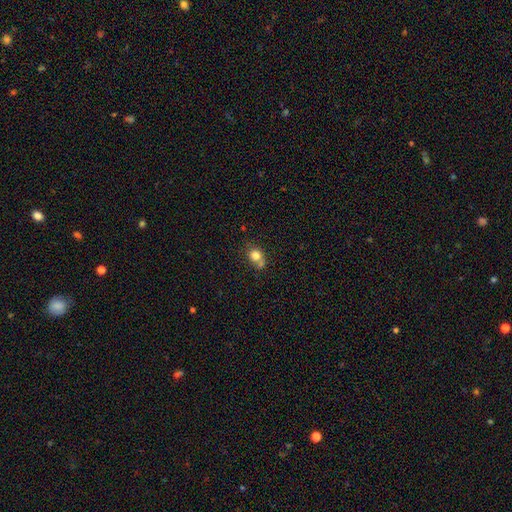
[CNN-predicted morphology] smooth-or-featured: smooth: 79% | star or artifact: 11% | featured or disk: 10%
  how-rounded: round: 69% | in between: 30% | cigar-shaped: 1%
  merging: none: 49% | merger: 29% | minor disturbance: 16% | major disturbance: 6%